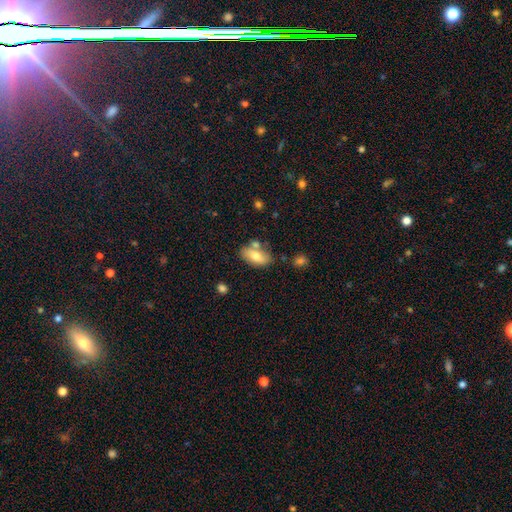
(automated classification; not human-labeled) This is likely a smooth galaxy (72%). How rounded: clearly in between (88%). Merging: likely none (65%).